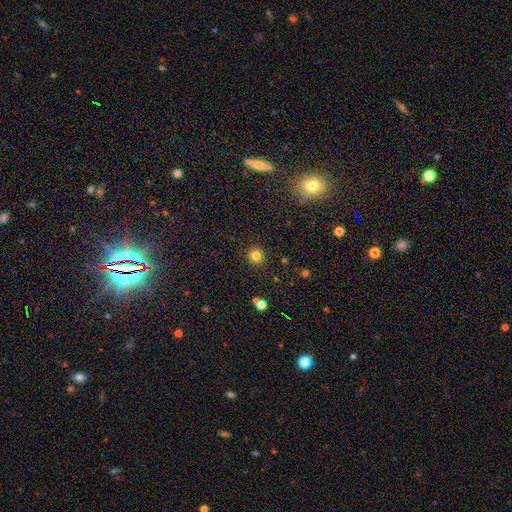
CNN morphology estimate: A smooth galaxy with no disk features (81%) that is round (93%).

Vote fractions:
- Smooth or featured? smooth: 81% / star or artifact: 14% / featured or disk: 5%
- How rounded? round: 93% / in between: 6% / cigar-shaped: 1%
- Merging? none: 91% / minor disturbance: 5% / major disturbance: 2% / merger: 1%